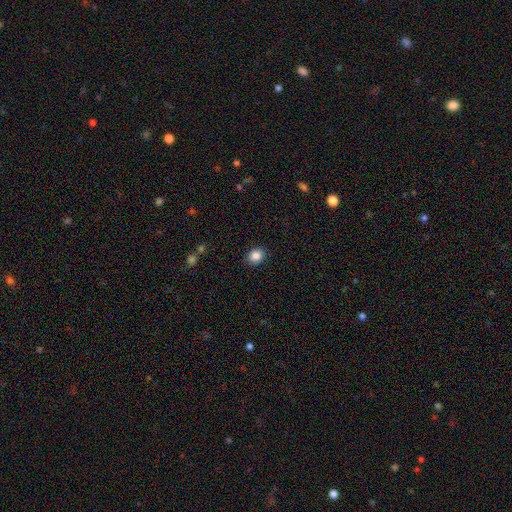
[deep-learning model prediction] The model was most divided on "how rounded": round: 63%, in between: 36%, cigar-shaped: 1%. More confident: merging — none (90%); smooth or featured — smooth (86%).